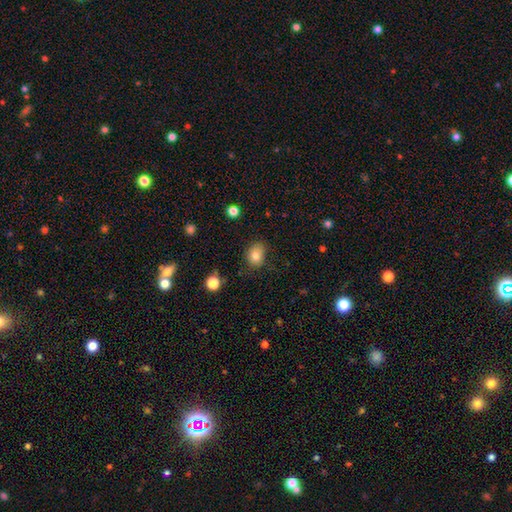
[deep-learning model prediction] smooth 82%, star or artifact 10%, featured or disk 8%. Down the decision tree: how rounded — in between (62%); merging — none (73%).